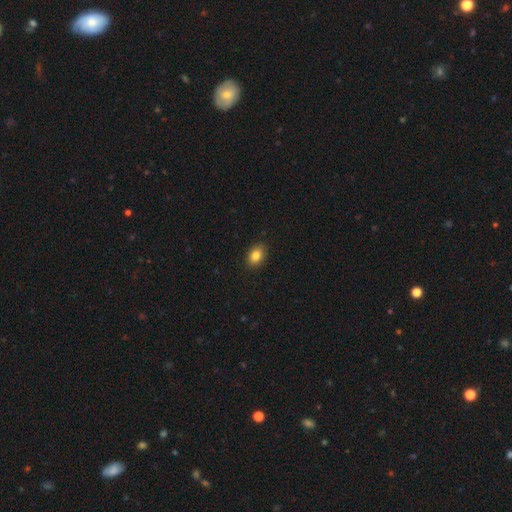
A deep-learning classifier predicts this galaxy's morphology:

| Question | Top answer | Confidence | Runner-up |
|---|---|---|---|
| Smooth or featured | smooth | 84% | star or artifact (9%) |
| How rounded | in between | 78% | round (21%) |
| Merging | none | 89% | minor disturbance (8%) |